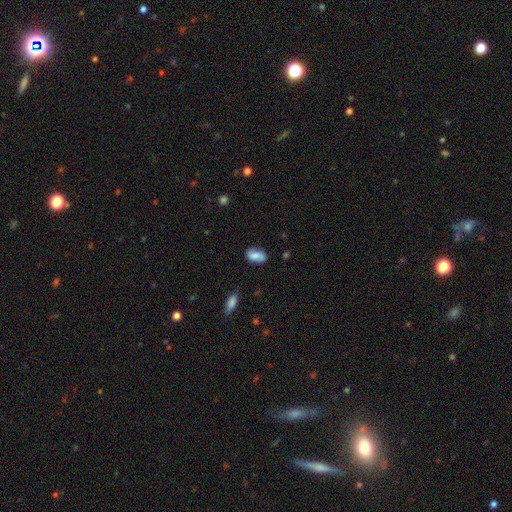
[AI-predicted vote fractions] smooth 73%, featured or disk 19%, star or artifact 8%. Down the decision tree: how rounded — in between (91%); merging — none (77%).